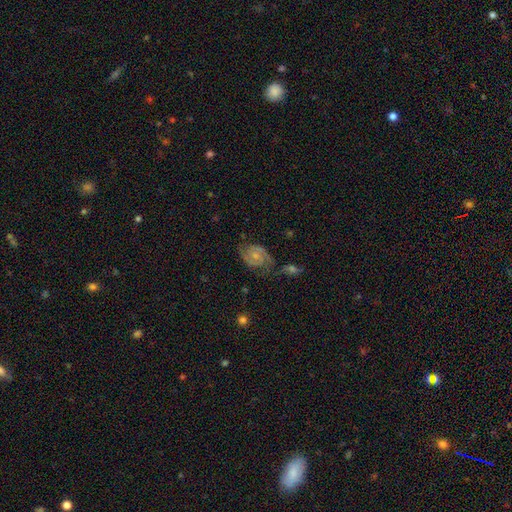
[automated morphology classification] smooth_or_featured: featured or disk (p=0.82) [alt: smooth p=0.11]
disk_edge_on: no (p=0.98) [alt: yes p=0.02]
bar: no (p=0.60) [alt: weak p=0.34]
has_spiral_arms: yes (p=0.96) [alt: no p=0.04]
spiral_winding: medium (p=0.47) [alt: tight p=0.41]
spiral_arm_count: 2 (p=0.89) [alt: can't tell p=0.05]
bulge_size: small (p=0.50) [alt: moderate p=0.33]
merging: none (p=0.65) [alt: minor disturbance p=0.19]